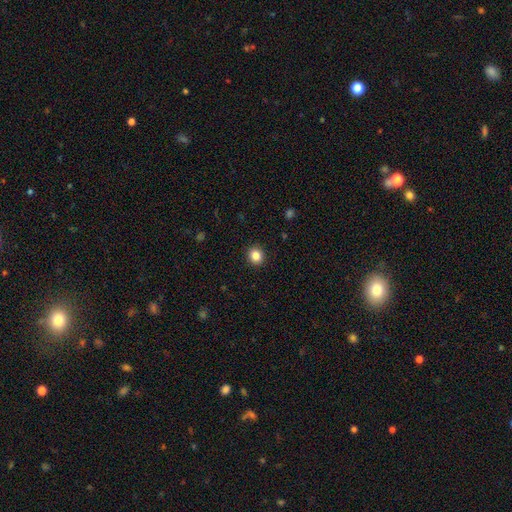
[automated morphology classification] Overall: smooth (84%). How rounded: round (86%). Merging: none (92%).